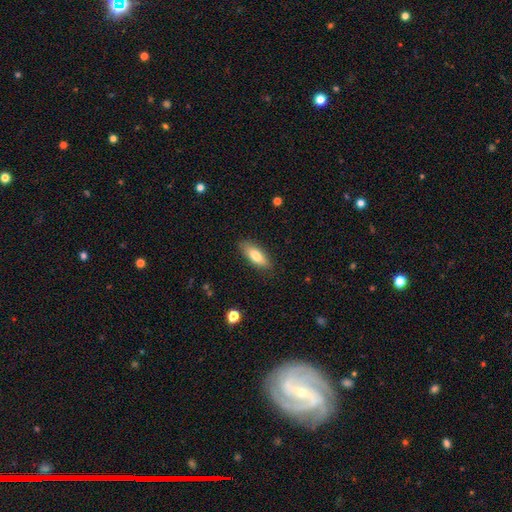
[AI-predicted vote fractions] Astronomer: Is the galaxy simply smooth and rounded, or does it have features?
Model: smooth — 78%.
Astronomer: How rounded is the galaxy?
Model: in between — 69%.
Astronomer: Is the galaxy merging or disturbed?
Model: none — 85%.